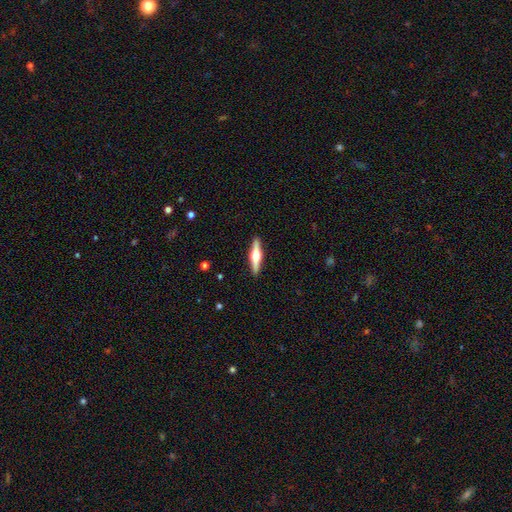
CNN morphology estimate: A featured or disk galaxy (69%) viewed edge-on (98%) with a rounded central bulge (94%). Merging: none (91%).